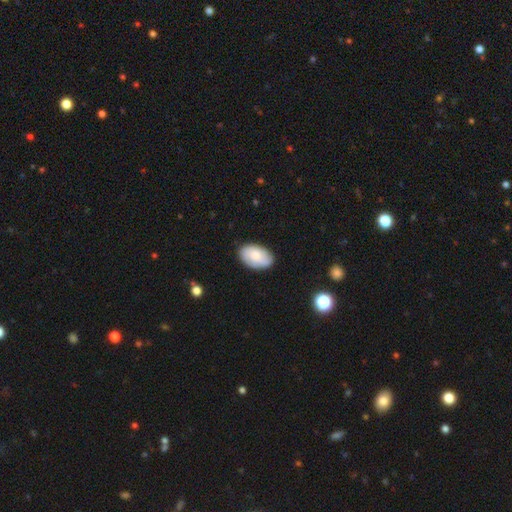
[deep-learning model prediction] Smooth or featured?
  - smooth: 74% *
  - featured or disk: 19%
  - star or artifact: 6%
How rounded?
  - in between: 93% *
  - round: 6%
  - cigar-shaped: 1%
Merging?
  - none: 83% *
  - minor disturbance: 14%
  - major disturbance: 3%
  - merger: 1%